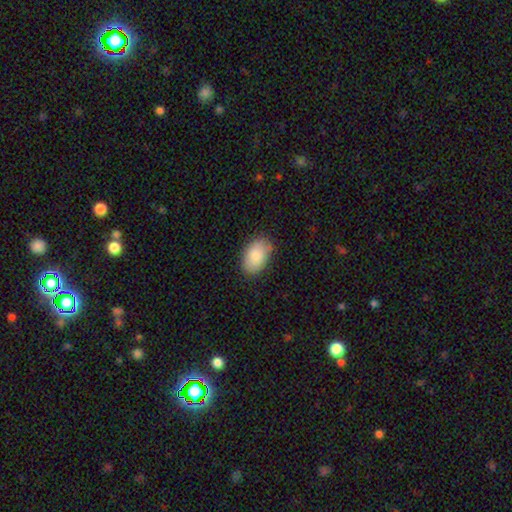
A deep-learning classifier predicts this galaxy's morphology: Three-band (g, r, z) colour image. It shows a smooth galaxy with no disk features (83%) that is in between round and cigar-shaped (90%). Merging: none (81%).